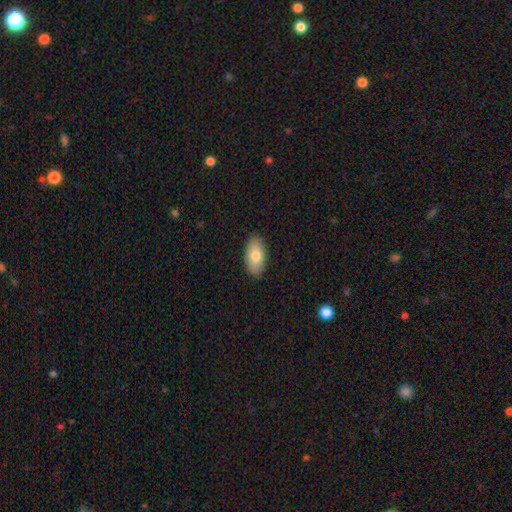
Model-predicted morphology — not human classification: This appears to be a smooth galaxy with no disk features (77%) that is in between round and cigar-shaped (93%). Merging: none (89%).